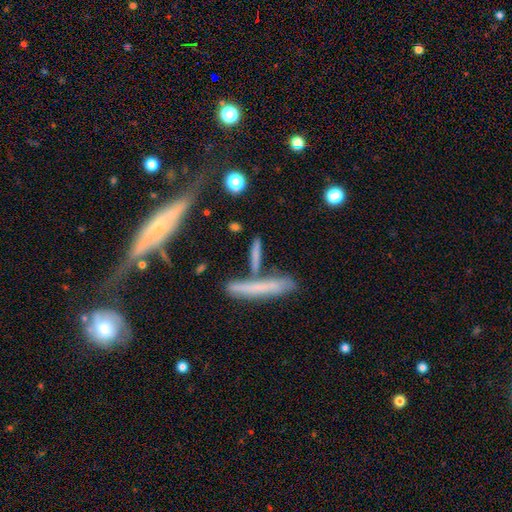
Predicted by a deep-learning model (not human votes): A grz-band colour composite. It shows a smooth galaxy with no disk features (63%) that is cigar-shaped (82%). Merging: none (58%).